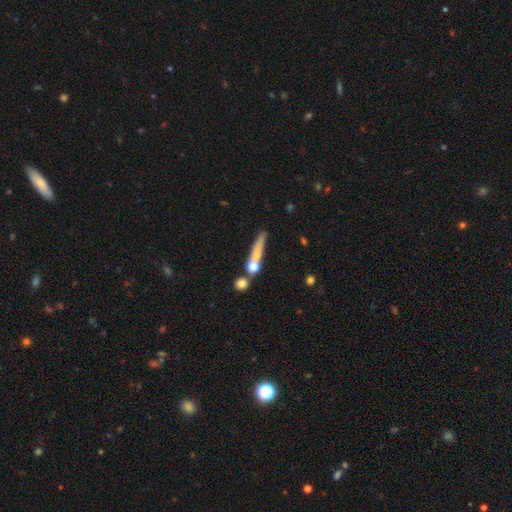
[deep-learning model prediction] smooth_or_featured: smooth (p=0.58) [alt: featured or disk p=0.30]
how_rounded: cigar-shaped (p=0.78) [alt: round p=0.12]
merging: none (p=0.61) [alt: merger p=0.17]